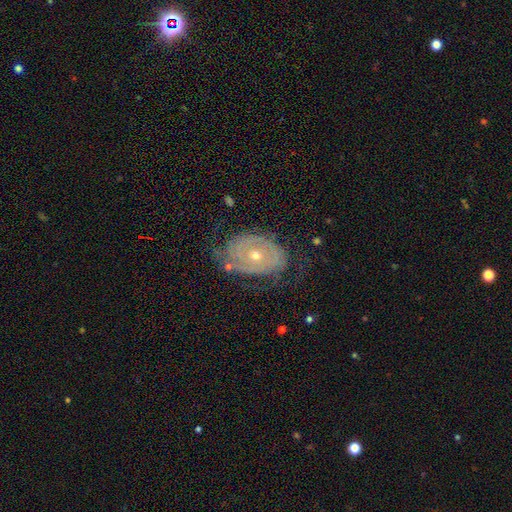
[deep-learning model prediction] Smooth or featured: featured or disk — 80% (smooth — 14%)
Edge-on disk: no — 95% (yes — 5%)
Bar: no — 80% (weak — 16%)
Spiral arms: yes — 83% (no — 17%)
Spiral winding: tight — 72% (medium — 21%)
Spiral arm count: 2 — 42% (can't tell — 35%)
Bulge size: small — 49% (moderate — 48%)
Merging: none — 62% (minor disturbance — 23%)